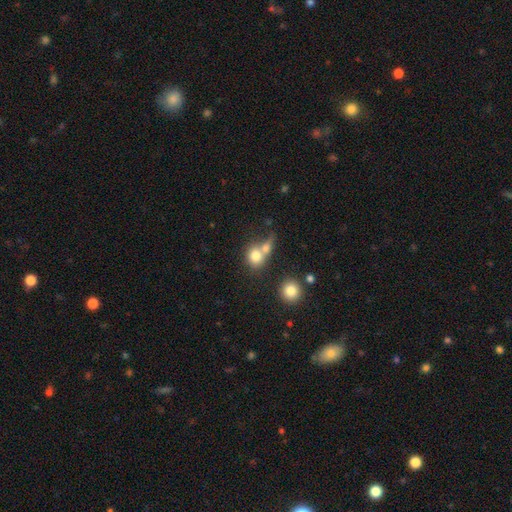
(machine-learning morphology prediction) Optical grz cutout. It shows a smooth galaxy with no disk features (77%) that is round (70%). Merging: merger (54%).